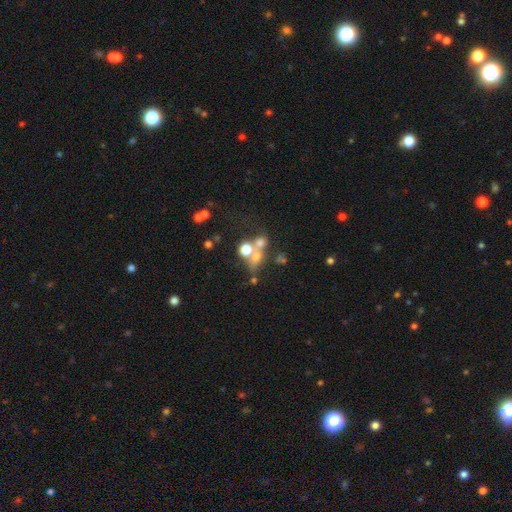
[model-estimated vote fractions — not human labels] Smooth or featured?
  - smooth: 52% *
  - featured or disk: 25%
  - star or artifact: 24%
How rounded?
  - round: 70% *
  - in between: 28%
  - cigar-shaped: 2%
Merging?
  - merger: 46% *
  - none: 36%
  - minor disturbance: 9%
  - major disturbance: 9%